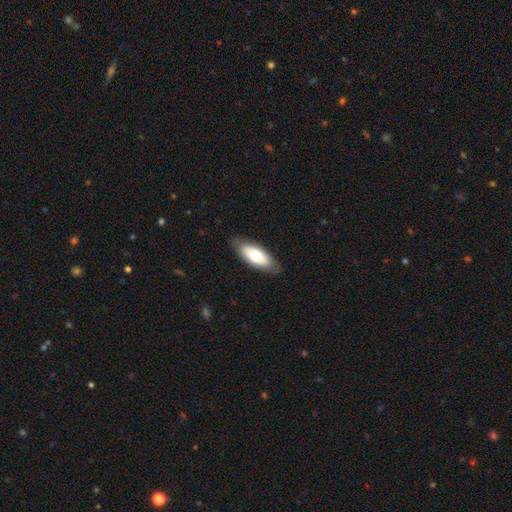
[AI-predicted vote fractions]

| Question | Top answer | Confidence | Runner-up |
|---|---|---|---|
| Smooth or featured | smooth | 67% | featured or disk (27%) |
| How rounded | in between | 84% | cigar-shaped (14%) |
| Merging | none | 84% | minor disturbance (12%) |